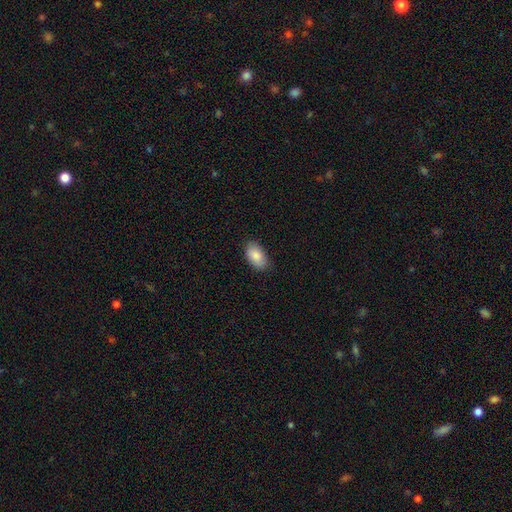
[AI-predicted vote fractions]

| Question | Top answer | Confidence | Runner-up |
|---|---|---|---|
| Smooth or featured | smooth | 87% | featured or disk (7%) |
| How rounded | in between | 94% | round (4%) |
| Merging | none | 84% | minor disturbance (13%) |